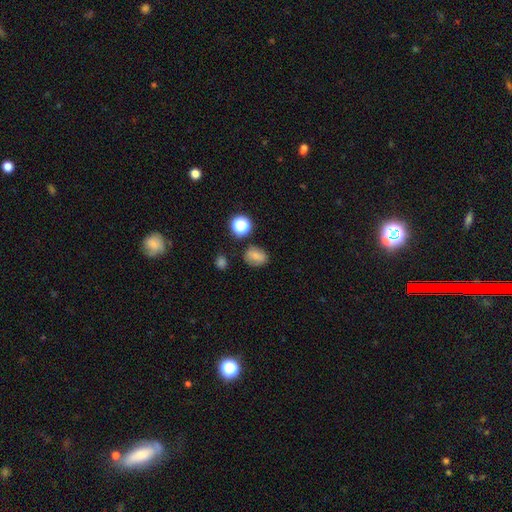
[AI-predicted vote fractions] Smooth or featured? smooth (73%)
How rounded? in between (56%)
Merging? none (74%)